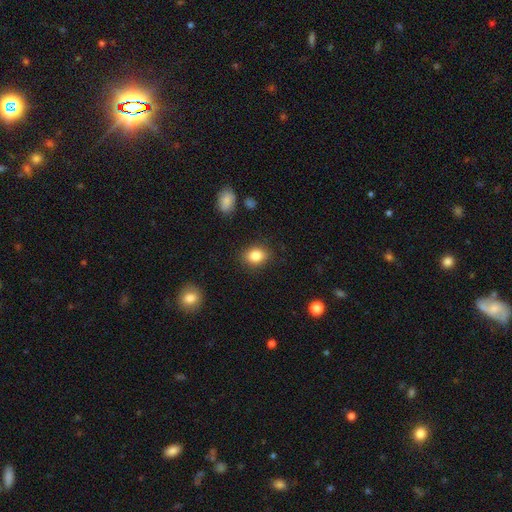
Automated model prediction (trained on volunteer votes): The model was most divided on "how rounded": in between: 60%, round: 39%, cigar-shaped: 1%. More confident: merging — none (86%); smooth or featured — smooth (85%).